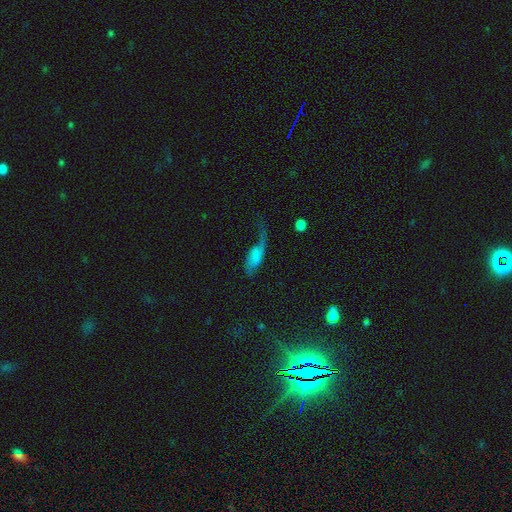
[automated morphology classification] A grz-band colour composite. It shows a smooth galaxy with no disk features (46%). Merging: major disturbance (46%).